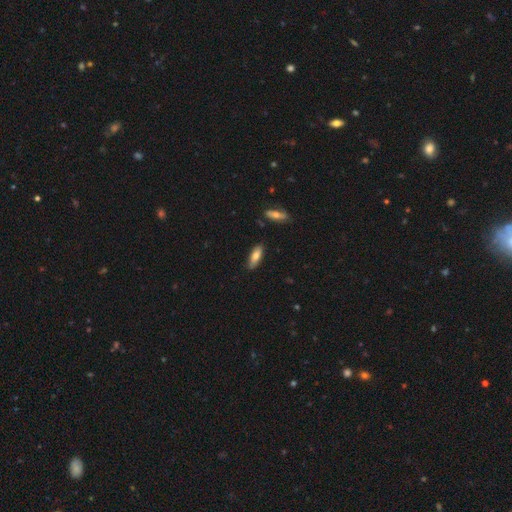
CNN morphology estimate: A smooth galaxy with no disk features (72%) that is in between round and cigar-shaped (66%). Merging: none (82%).